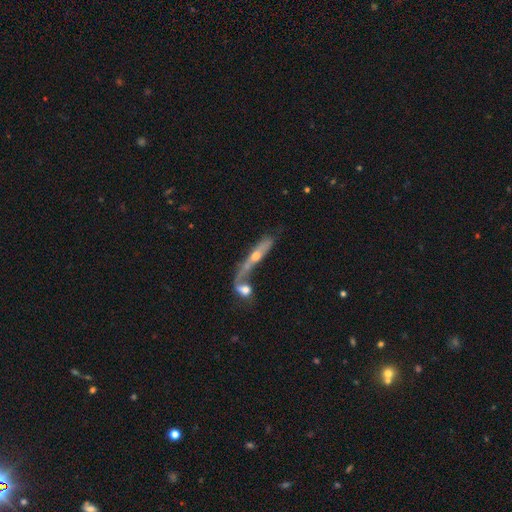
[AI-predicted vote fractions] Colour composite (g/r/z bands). It shows a featured or disk galaxy (59%) viewed edge-on (66%). Merging: merger (55%).